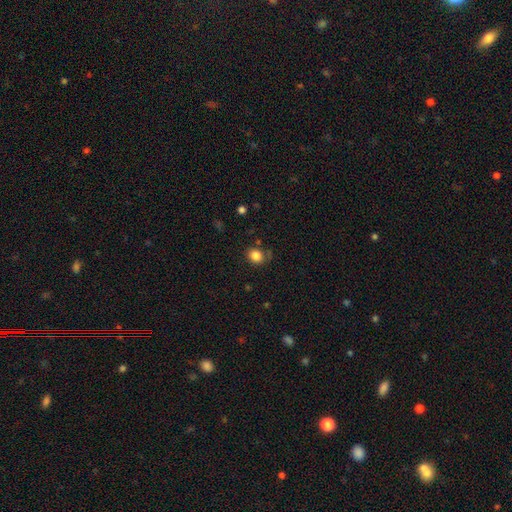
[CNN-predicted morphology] Smooth or featured? smooth (84%)
How rounded? round (68%)
Merging? none (79%)